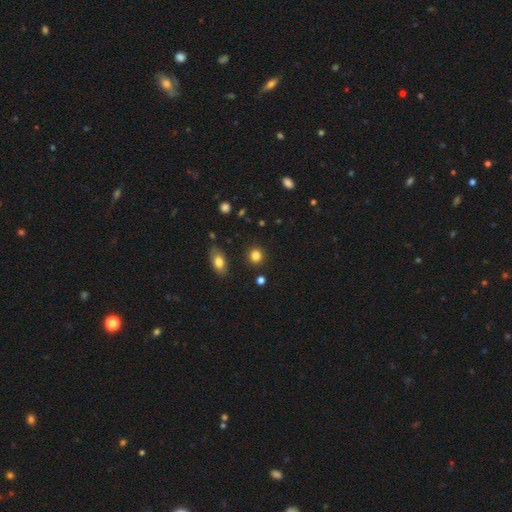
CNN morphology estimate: The model was most divided on "how rounded": round: 84%, in between: 14%, cigar-shaped: 1%. More confident: merging — none (89%); smooth or featured — smooth (83%).